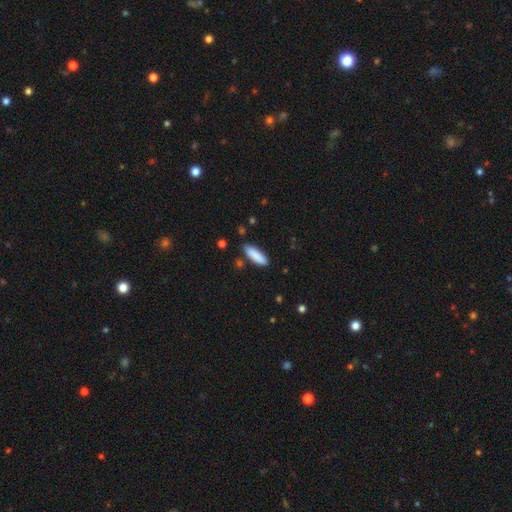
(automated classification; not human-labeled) This is clearly a smooth galaxy (88%). How rounded: possibly cigar-shaped (54%). Merging: clearly none (84%).